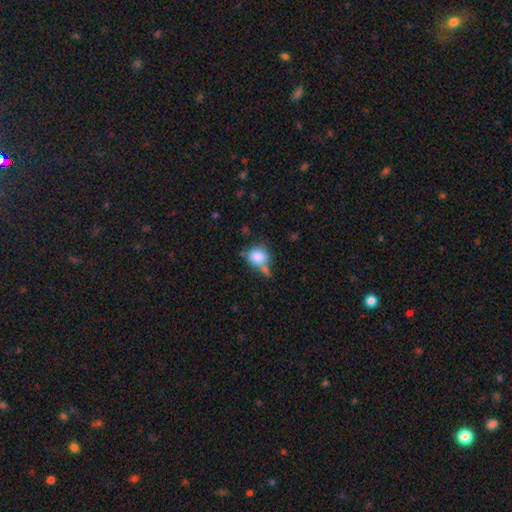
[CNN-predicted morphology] The model was most divided on "merging": none: 43%, minor disturbance: 25%, merger: 20%, major disturbance: 12%. More confident: smooth or featured — smooth (80%); how rounded — round (62%).